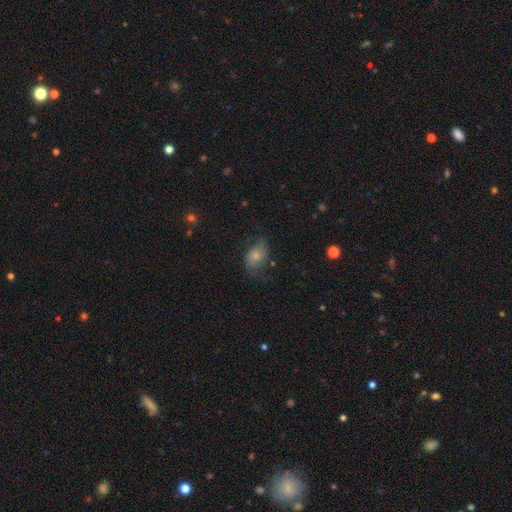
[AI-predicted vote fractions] A smooth galaxy with no disk features (49%).

Vote fractions:
- Smooth or featured? smooth: 49% / featured or disk: 42% / star or artifact: 9%
- Merging? none: 57% / minor disturbance: 26% / major disturbance: 15% / merger: 2%